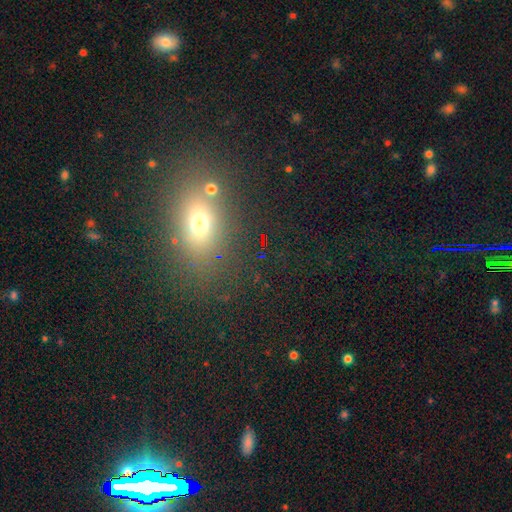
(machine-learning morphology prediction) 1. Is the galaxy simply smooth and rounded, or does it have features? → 56% smooth, 32% star or artifact, 13% featured or disk.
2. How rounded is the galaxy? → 71% in between, 23% round, 5% cigar-shaped.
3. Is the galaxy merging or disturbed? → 80% none, 10% minor disturbance, 6% merger, 5% major disturbance.